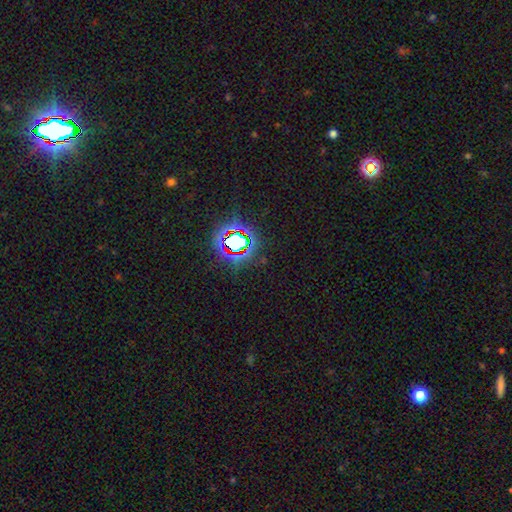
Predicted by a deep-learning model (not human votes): Smooth or featured? Predicted: star or artifact (p=0.78).